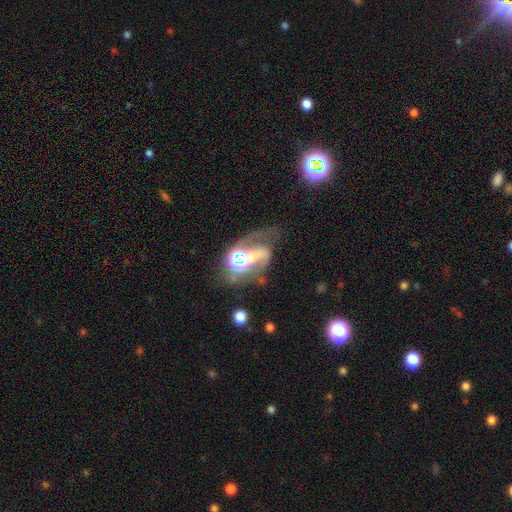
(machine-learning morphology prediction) Smooth or featured? featured or disk (59%)
Edge-on disk? no (95%)
Bar? no (68%)
Spiral arms? yes (56%)
Bulge size? moderate (40%)
Merging? merger (41%)